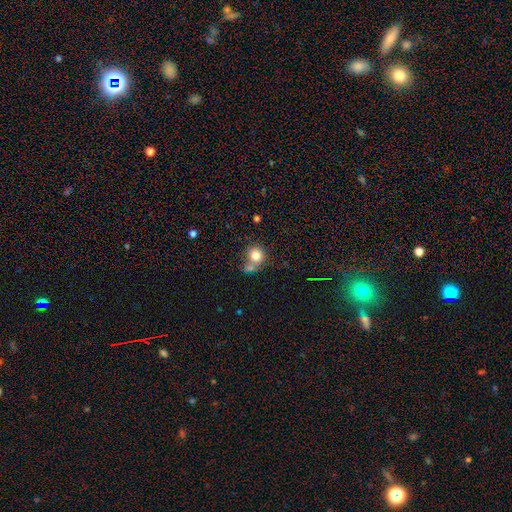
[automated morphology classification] type=smooth (82%); roundness=round (84%); merging=none (50%).